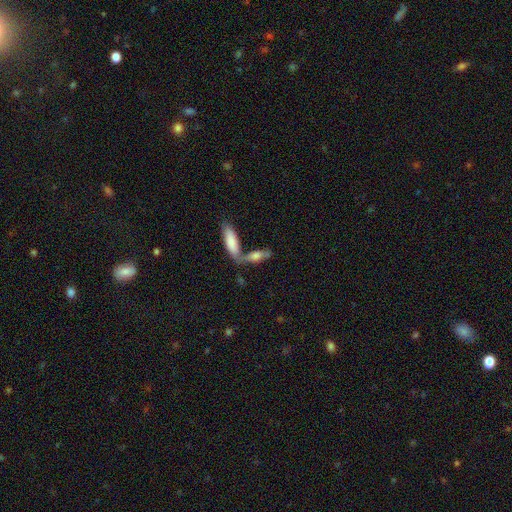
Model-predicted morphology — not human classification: Smooth or featured? Predicted: smooth (p=0.67). How rounded? Predicted: in between (p=0.52). Merging? Predicted: merger (p=0.46).